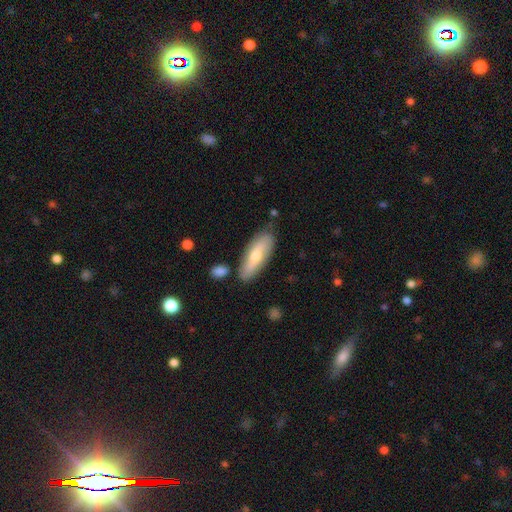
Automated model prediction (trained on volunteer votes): Smooth or featured?
  - smooth: 56% *
  - featured or disk: 38%
  - star or artifact: 6%
How rounded?
  - in between: 59% *
  - cigar-shaped: 38%
  - round: 2%
Merging?
  - none: 77% *
  - minor disturbance: 15%
  - merger: 5%
  - major disturbance: 3%